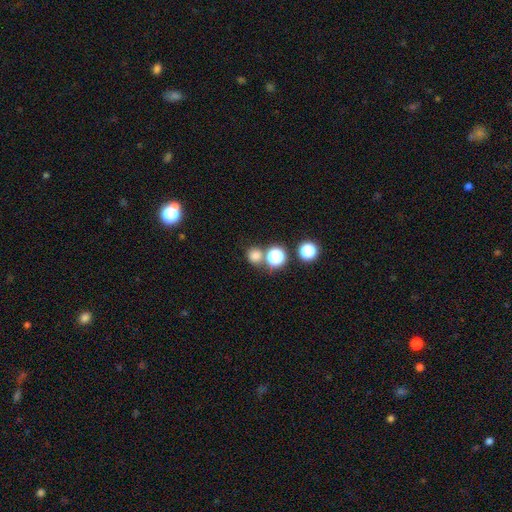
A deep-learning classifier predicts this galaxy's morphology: smooth 75%, star or artifact 20%, featured or disk 6%. Down the decision tree: how rounded — round (88%); merging — none (69%).